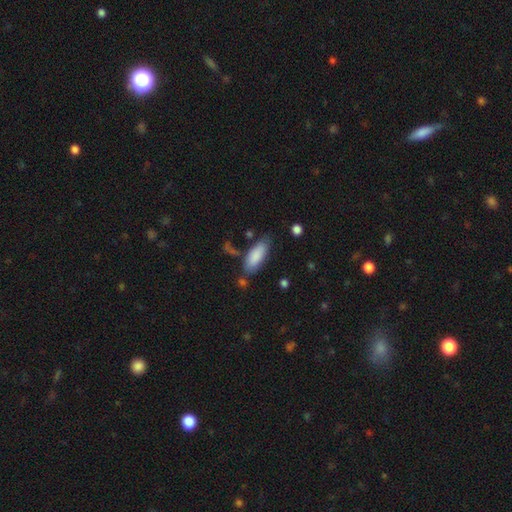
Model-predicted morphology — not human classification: The model was most divided on "how rounded": in between: 75%, cigar-shaped: 24%, round: 2%. More confident: smooth or featured — smooth (86%); merging — none (71%).